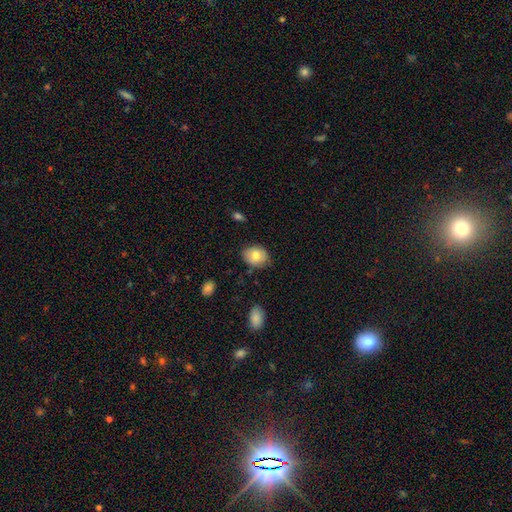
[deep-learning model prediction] smooth-or-featured: smooth: 75% | featured or disk: 17% | star or artifact: 8%
  how-rounded: in between: 62% | round: 37% | cigar-shaped: 1%
  merging: none: 80% | minor disturbance: 16% | major disturbance: 3% | merger: 2%